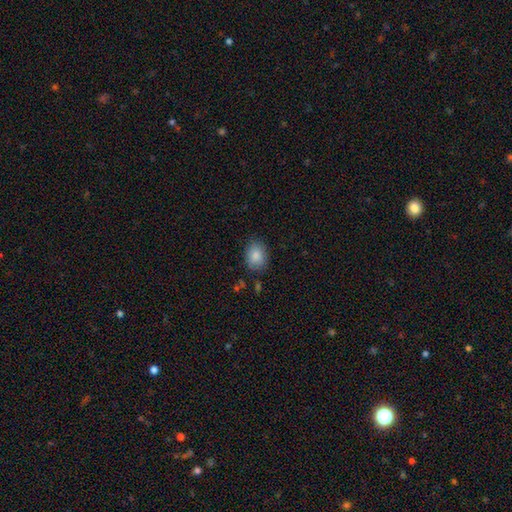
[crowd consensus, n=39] Smooth or featured: smooth — 85% (featured or disk — 10%)
How rounded: in between — 73% (round — 27%)
Merging: none — 73% (minor disturbance — 22%)